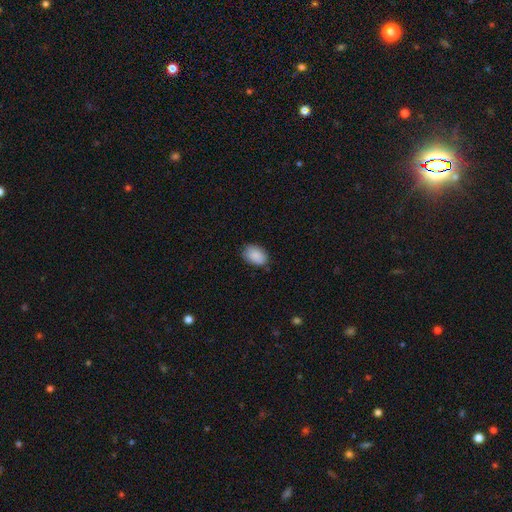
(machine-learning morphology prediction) A smooth galaxy with no disk features (89%) that is in between round and cigar-shaped (86%).

Vote fractions:
- Smooth or featured? smooth: 89% / star or artifact: 7% / featured or disk: 4%
- How rounded? in between: 86% / round: 13% / cigar-shaped: 1%
- Merging? none: 80% / minor disturbance: 16% / major disturbance: 3% / merger: 1%